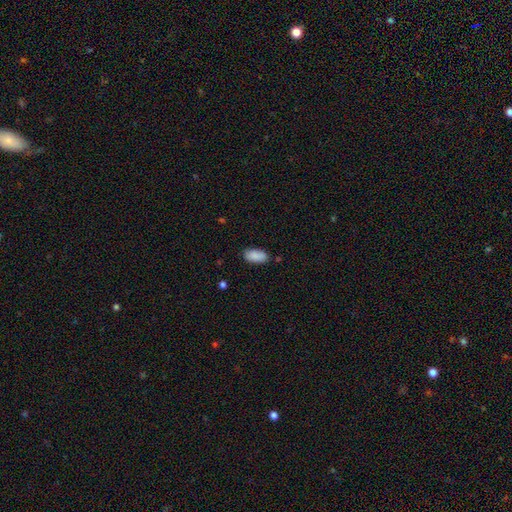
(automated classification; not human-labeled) Q: Smooth or featured?
A: smooth (89%); runner-up: star or artifact (7%)
Q: How rounded?
A: in between (92%); runner-up: cigar-shaped (6%)
Q: Merging?
A: none (83%); runner-up: minor disturbance (13%)